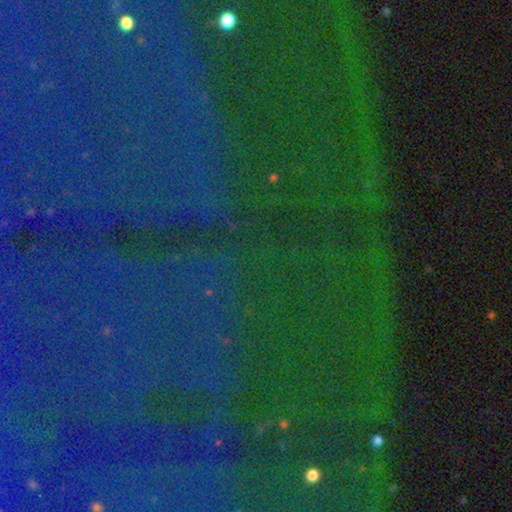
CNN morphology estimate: Smooth or featured: star or artifact — 83% (smooth — 9%)